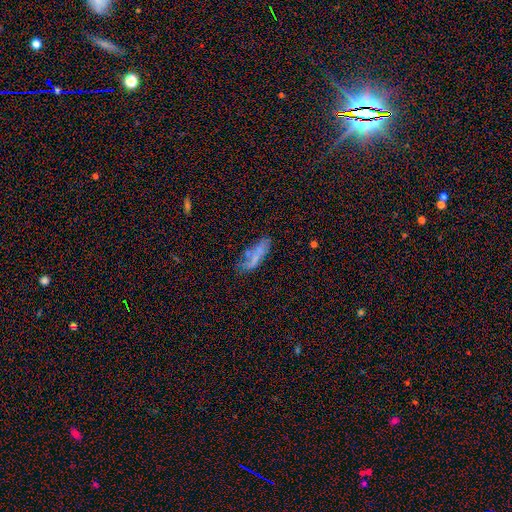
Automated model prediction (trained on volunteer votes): smooth-or-featured: smooth: 59% | featured or disk: 22% | star or artifact: 19%
  how-rounded: in between: 54% | cigar-shaped: 42% | round: 4%
  merging: none: 59% | minor disturbance: 23% | major disturbance: 11% | merger: 7%